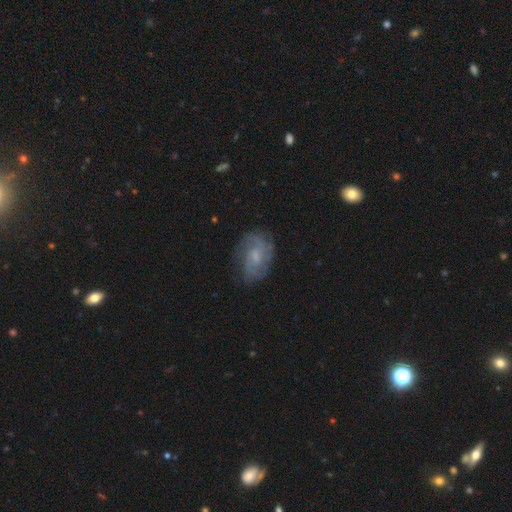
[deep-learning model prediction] Smooth or featured: featured or disk — 69% (smooth — 24%)
Edge-on disk: no — 97% (yes — 3%)
Bar: no — 54% (weak — 40%)
Spiral arms: yes — 87% (no — 13%)
Spiral winding: medium — 42% (tight — 40%)
Spiral arm count: 2 — 38% (can't tell — 33%)
Bulge size: small — 42% (moderate — 33%)
Merging: none — 69% (minor disturbance — 20%)